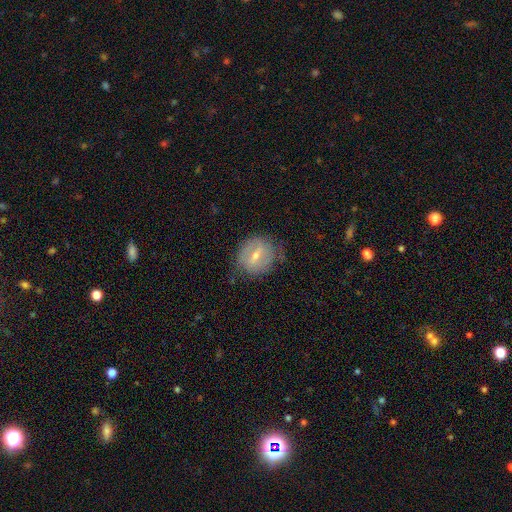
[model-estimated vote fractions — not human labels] A featured or disk galaxy (56%) with a weak bar (45%), no spiral arms (55%) and a small central bulge (53%).

Vote fractions:
- Smooth or featured? featured or disk: 56% / smooth: 35% / star or artifact: 9%
- Edge-on disk? no: 92% / yes: 8%
- Bar? weak: 45% / strong: 38% / no: 17%
- Spiral arms? no: 55% / yes: 45%
- Bulge size? small: 53% / moderate: 43% / none: 2% / large: 2% / dominant: 1%
- Merging? none: 72% / minor disturbance: 20% / major disturbance: 7% / merger: 1%